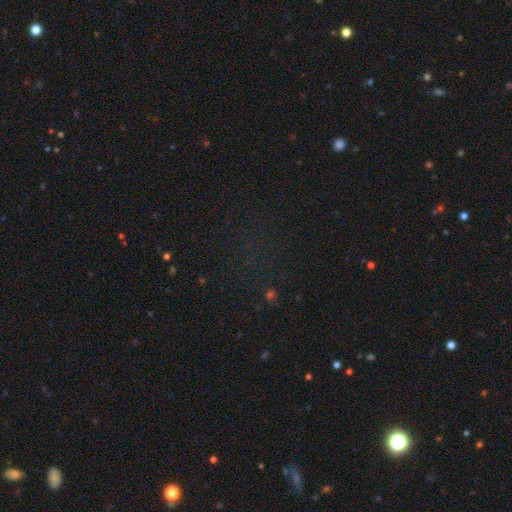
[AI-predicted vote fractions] This appears to be a star or artifact, not a galaxy (69%).